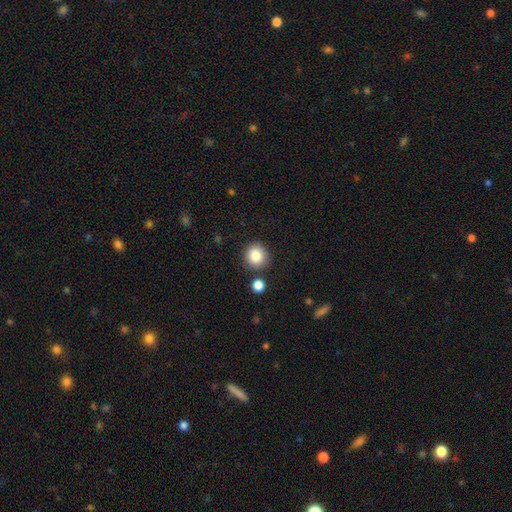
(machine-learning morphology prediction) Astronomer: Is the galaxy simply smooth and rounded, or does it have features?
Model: smooth — 86%.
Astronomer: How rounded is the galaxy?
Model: round — 89%.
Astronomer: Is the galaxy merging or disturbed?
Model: none — 82%.